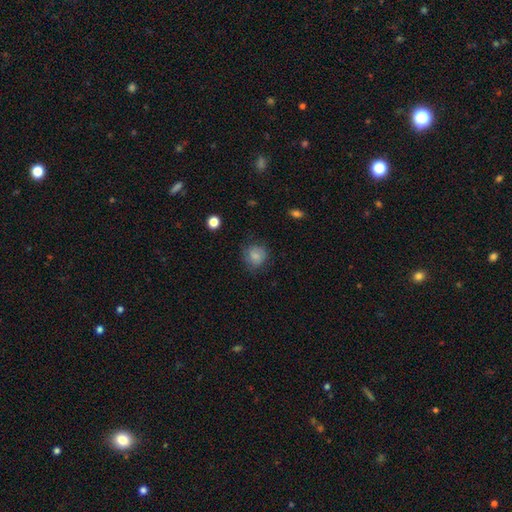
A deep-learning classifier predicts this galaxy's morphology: type=smooth (82%); roundness=round (82%); merging=none (73%).